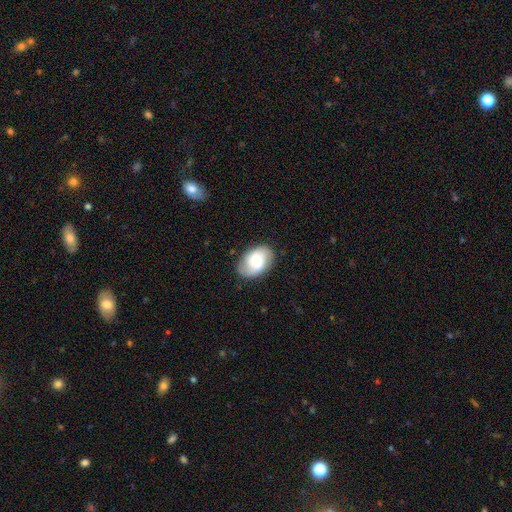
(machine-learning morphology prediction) type=smooth (51%); roundness=in between (84%); merging=none (78%).